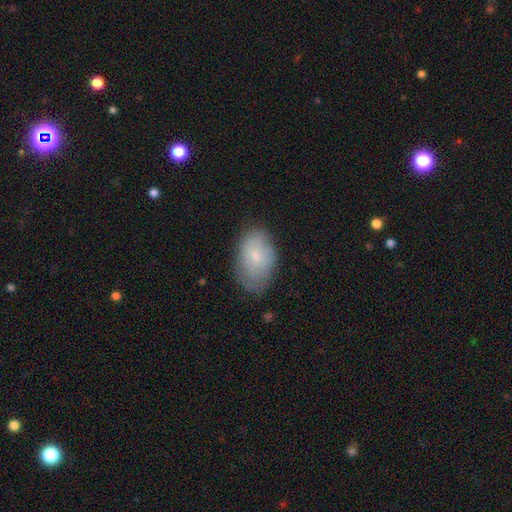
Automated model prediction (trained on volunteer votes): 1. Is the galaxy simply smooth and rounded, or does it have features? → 70% smooth, 23% featured or disk, 7% star or artifact.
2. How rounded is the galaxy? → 92% in between, 7% round, 1% cigar-shaped.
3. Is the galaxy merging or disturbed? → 67% none, 25% minor disturbance, 6% major disturbance, 1% merger.